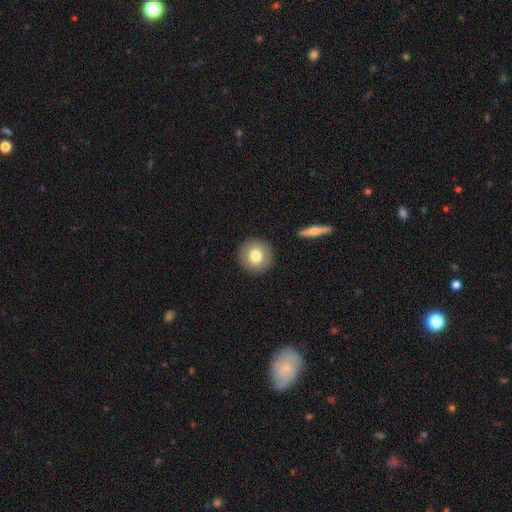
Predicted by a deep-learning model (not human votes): smooth 75%, featured or disk 18%, star or artifact 8%. Down the decision tree: how rounded — round (94%); merging — none (90%).